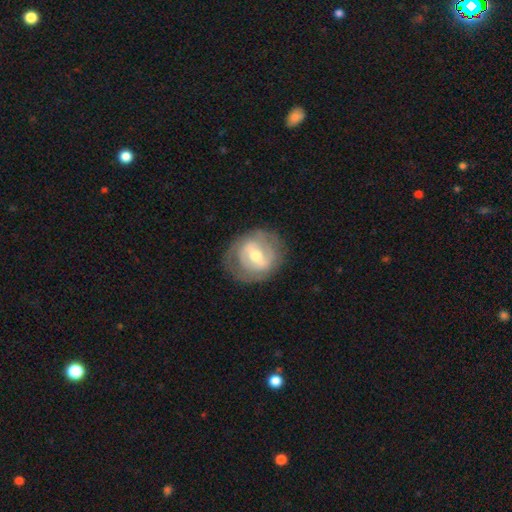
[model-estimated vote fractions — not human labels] Smooth or featured: featured or disk — 69% (smooth — 25%)
Edge-on disk: no — 95% (yes — 5%)
Bar: strong — 43% (weak — 41%)
Spiral arms: yes — 52% (no — 48%)
Bulge size: moderate — 68% (small — 23%)
Merging: none — 75% (minor disturbance — 16%)